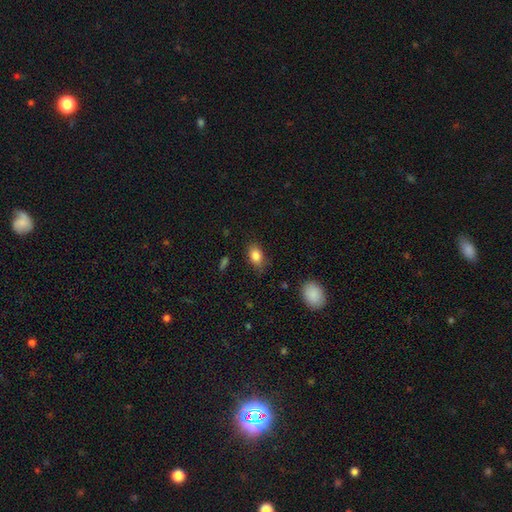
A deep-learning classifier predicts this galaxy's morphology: This appears to be a smooth galaxy with no disk features (84%) that is in between round and cigar-shaped (83%). Merging: none (77%).